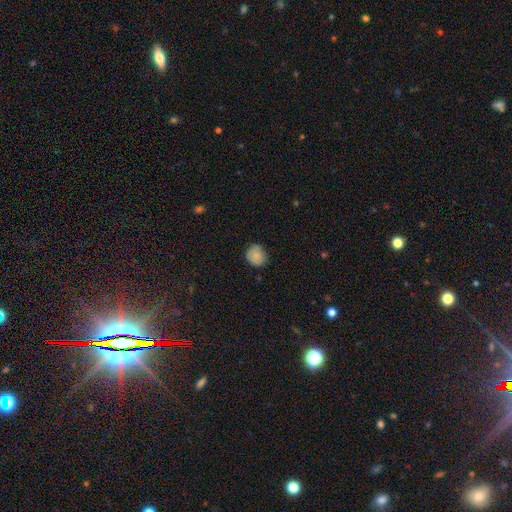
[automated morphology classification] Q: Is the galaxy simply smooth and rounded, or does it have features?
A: smooth — 82%.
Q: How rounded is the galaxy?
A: round — 79%.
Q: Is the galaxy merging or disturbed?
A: none — 76%.